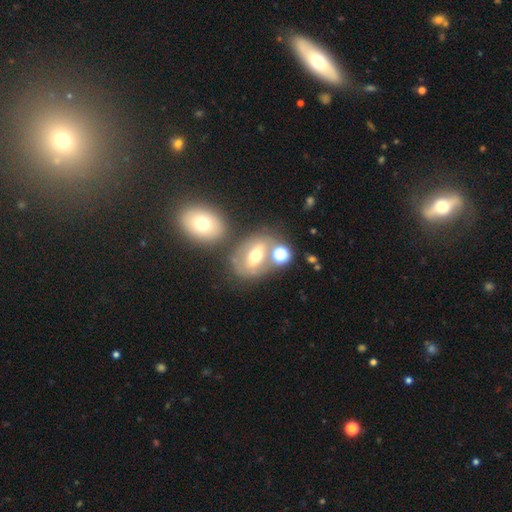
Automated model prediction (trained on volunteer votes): A featured or disk galaxy (48%).

Vote fractions:
- Smooth or featured? featured or disk: 48% / smooth: 41% / star or artifact: 11%
- Merging? none: 55% / merger: 23% / minor disturbance: 14% / major disturbance: 8%